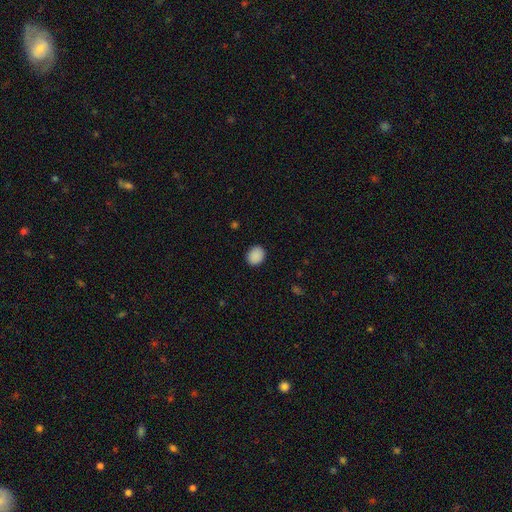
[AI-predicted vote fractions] Overall: smooth (89%). How rounded: round (61%; in between 38%). Merging: none (89%).